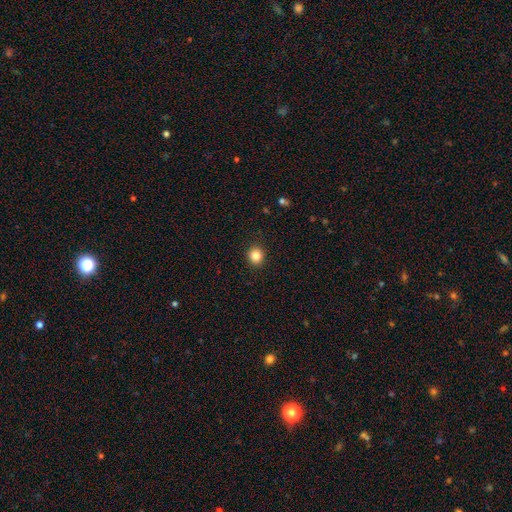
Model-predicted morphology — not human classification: Smooth or featured? smooth (86%)
How rounded? round (86%)
Merging? none (92%)